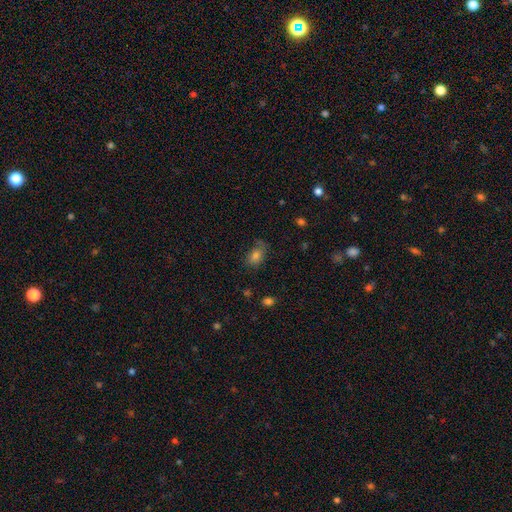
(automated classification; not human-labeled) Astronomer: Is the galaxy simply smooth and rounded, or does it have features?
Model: smooth — 76%.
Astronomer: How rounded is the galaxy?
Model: in between — 81%.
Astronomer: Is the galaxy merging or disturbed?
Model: none — 68%.